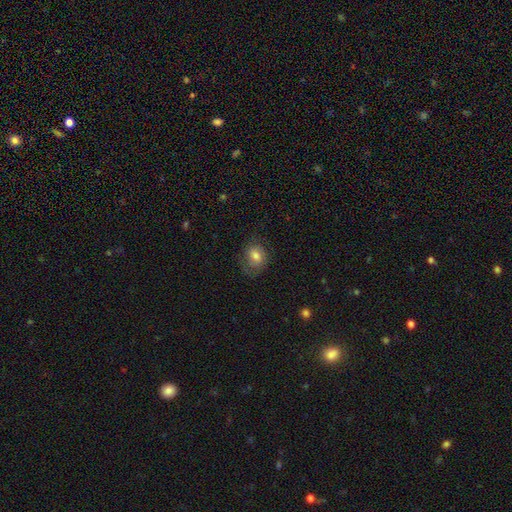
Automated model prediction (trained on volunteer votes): smooth 69%, featured or disk 23%, star or artifact 9%. Down the decision tree: how rounded — round (52%); merging — none (64%).